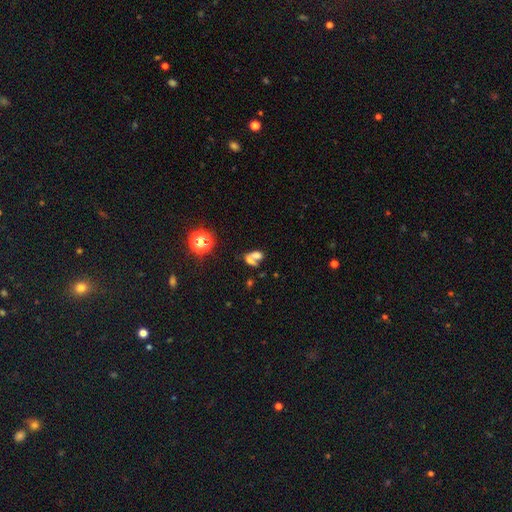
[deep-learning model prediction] Smooth or featured? Predicted: smooth (p=0.58). How rounded? Predicted: in between (p=0.71). Merging? Predicted: merger (p=0.65).